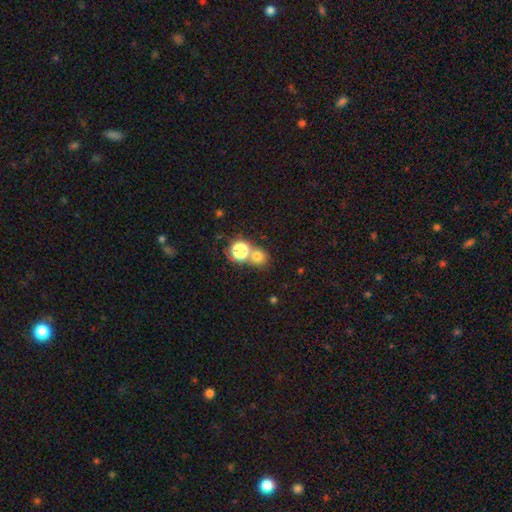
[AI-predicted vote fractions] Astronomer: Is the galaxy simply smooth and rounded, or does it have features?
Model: smooth — 66%.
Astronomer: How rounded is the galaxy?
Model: round — 84%.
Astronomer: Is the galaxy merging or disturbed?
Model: none — 58%.